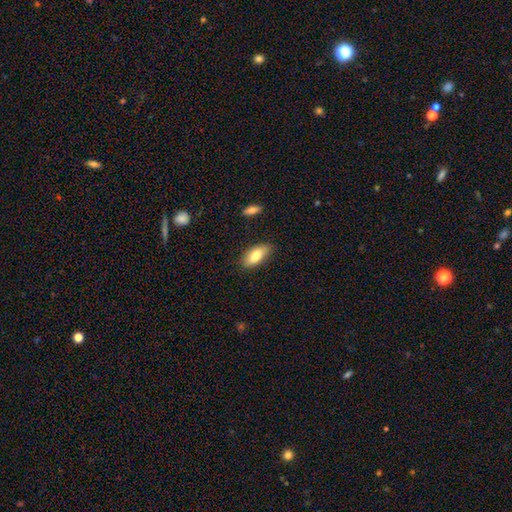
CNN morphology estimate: Smooth or featured: smooth — 78% (featured or disk — 15%)
How rounded: in between — 86% (cigar-shaped — 12%)
Merging: none — 81% (minor disturbance — 15%)